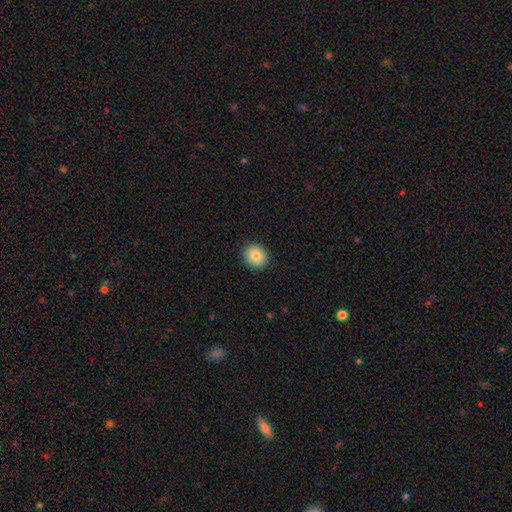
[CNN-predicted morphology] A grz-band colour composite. It shows a smooth galaxy with no disk features (81%) that is round (78%). Merging: none (89%).